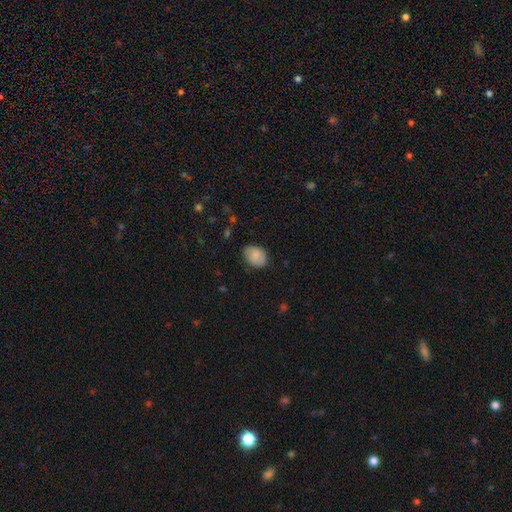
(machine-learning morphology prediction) Smooth or featured? smooth (80%)
How rounded? in between (67%)
Merging? none (79%)